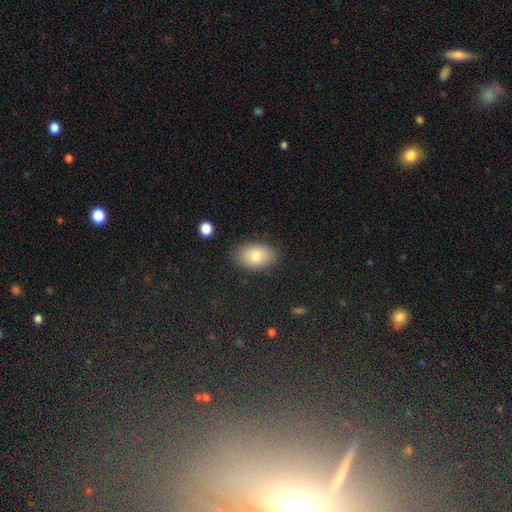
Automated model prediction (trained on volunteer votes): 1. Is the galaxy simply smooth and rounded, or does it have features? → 81% smooth, 11% featured or disk, 8% star or artifact.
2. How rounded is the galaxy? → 88% in between, 11% round, 1% cigar-shaped.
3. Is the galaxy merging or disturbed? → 85% none, 11% minor disturbance, 3% major disturbance, 1% merger.